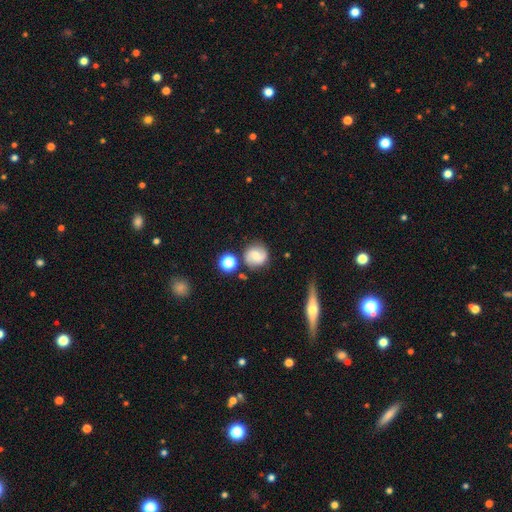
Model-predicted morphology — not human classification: Smooth or featured?
  - featured or disk: 45% *
  - smooth: 44%
  - star or artifact: 11%
Merging?
  - none: 75% *
  - minor disturbance: 14%
  - merger: 7%
  - major disturbance: 4%